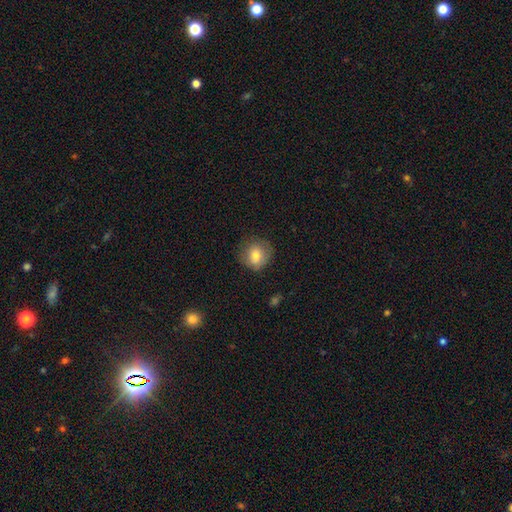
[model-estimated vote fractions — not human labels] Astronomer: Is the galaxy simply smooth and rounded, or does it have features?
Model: smooth — 75%.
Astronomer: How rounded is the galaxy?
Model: round — 82%.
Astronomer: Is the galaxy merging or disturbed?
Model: none — 73%.